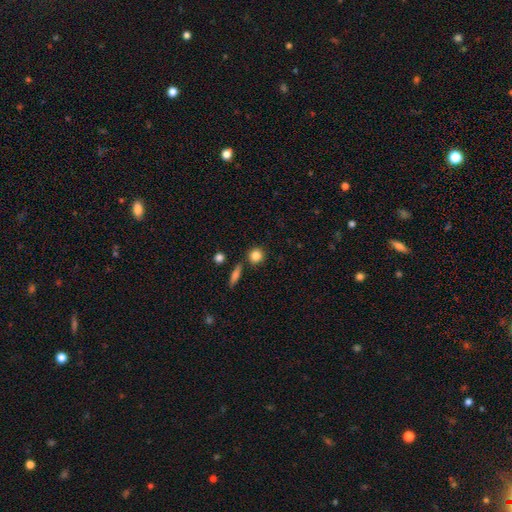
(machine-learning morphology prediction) A smooth galaxy with no disk features (84%) that is round (87%).

Vote fractions:
- Smooth or featured? smooth: 84% / star or artifact: 9% / featured or disk: 7%
- How rounded? round: 87% / in between: 11% / cigar-shaped: 2%
- Merging? none: 82% / minor disturbance: 9% / merger: 6% / major disturbance: 2%